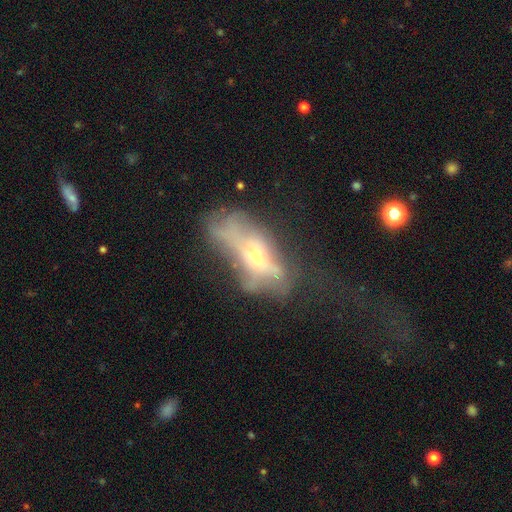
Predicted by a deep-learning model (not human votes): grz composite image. It shows a featured or disk galaxy (58%). Merging: major disturbance (46%).